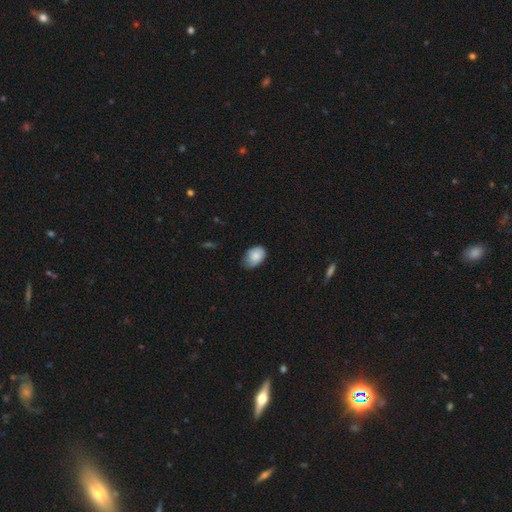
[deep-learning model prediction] A smooth galaxy with no disk features (83%) that is in between round and cigar-shaped (81%).

Vote fractions:
- Smooth or featured? smooth: 83% / featured or disk: 10% / star or artifact: 7%
- How rounded? in between: 81% / round: 18% / cigar-shaped: 1%
- Merging? none: 54% / minor disturbance: 38% / major disturbance: 6% / merger: 1%